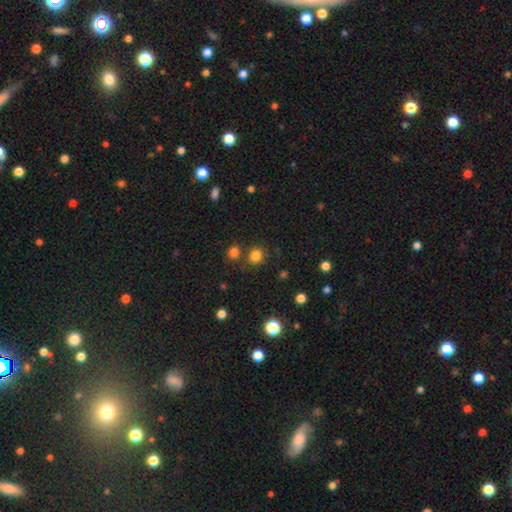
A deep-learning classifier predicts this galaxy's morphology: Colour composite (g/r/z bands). It shows a smooth galaxy with no disk features (81%) that is round (81%). Merging: none (77%).